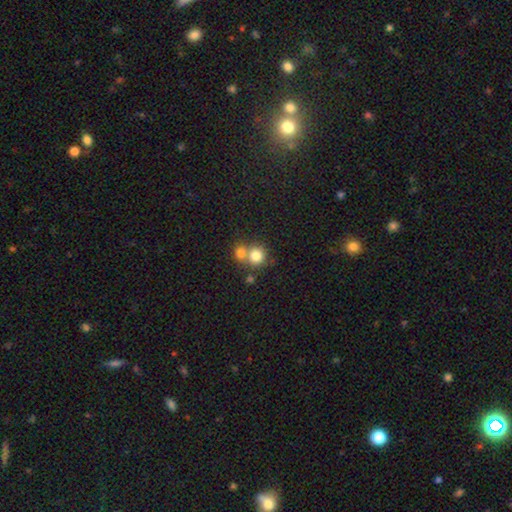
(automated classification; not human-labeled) Smooth or featured?
  - smooth: 79% *
  - star or artifact: 11%
  - featured or disk: 10%
How rounded?
  - round: 88% *
  - in between: 11%
  - cigar-shaped: 1%
Merging?
  - merger: 48% *
  - none: 42%
  - minor disturbance: 6%
  - major disturbance: 3%